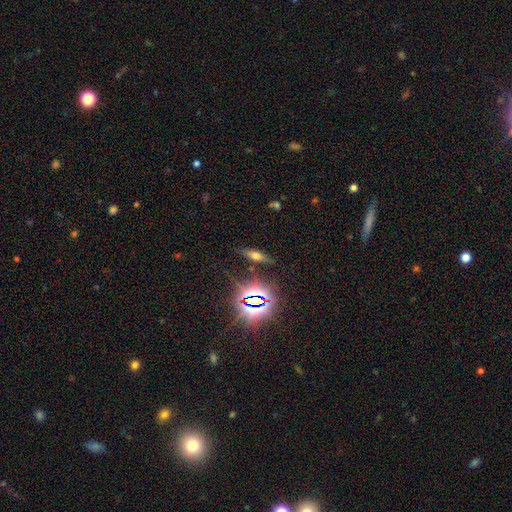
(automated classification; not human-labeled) Morphology: type=smooth (45%); merging=none (80%).